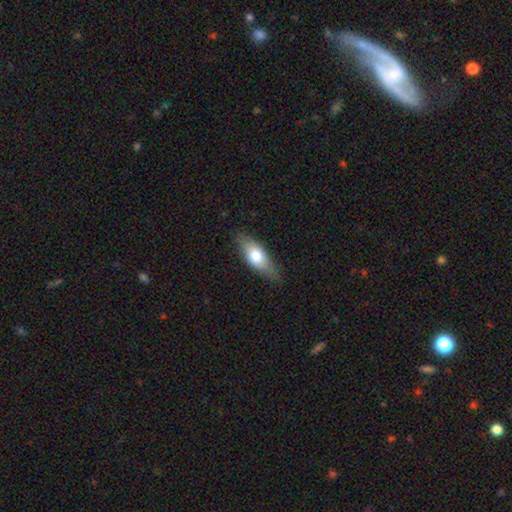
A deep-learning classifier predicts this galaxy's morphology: Smooth or featured? Predicted: smooth (p=0.67). How rounded? Predicted: in between (p=0.73). Merging? Predicted: none (p=0.81).